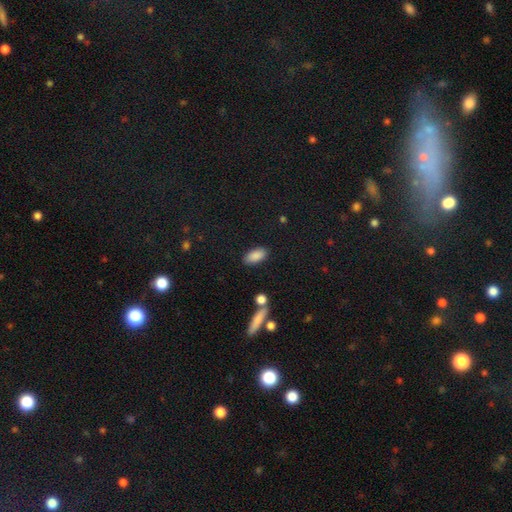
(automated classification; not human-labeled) Smooth or featured? Predicted: smooth (p=0.87). How rounded? Predicted: in between (p=0.89). Merging? Predicted: none (p=0.84).